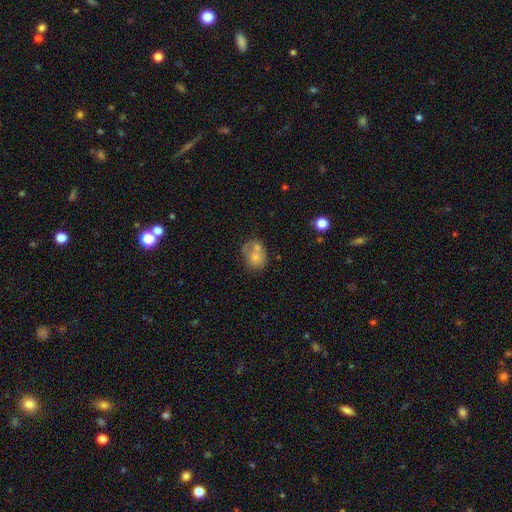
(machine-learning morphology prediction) smooth-or-featured: smooth: 63% | featured or disk: 28% | star or artifact: 9%
  how-rounded: round: 56% | in between: 43% | cigar-shaped: 1%
  merging: merger: 45% | none: 33% | minor disturbance: 14% | major disturbance: 8%